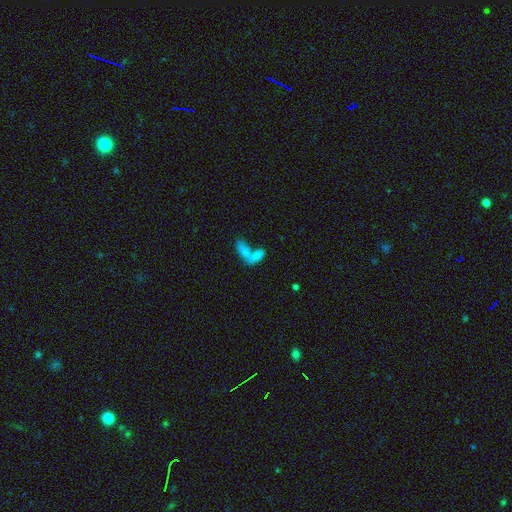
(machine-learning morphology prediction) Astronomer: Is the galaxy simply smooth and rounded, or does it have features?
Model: smooth — 71%.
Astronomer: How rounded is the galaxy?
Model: in between — 77%.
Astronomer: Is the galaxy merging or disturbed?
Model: merger — 70%.